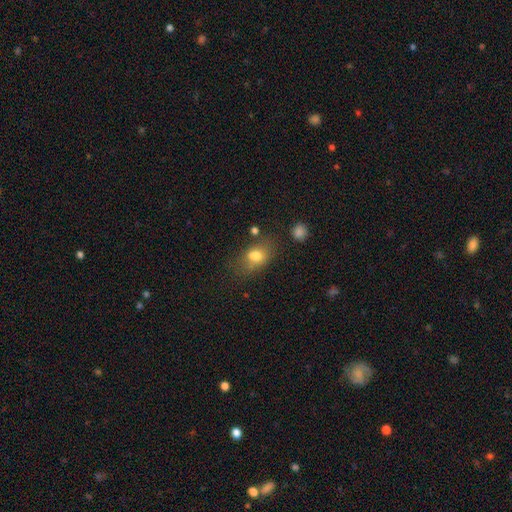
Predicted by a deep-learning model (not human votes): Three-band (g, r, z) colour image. It shows a smooth galaxy with no disk features (74%) that is in between round and cigar-shaped (74%). Merging: none (51%).